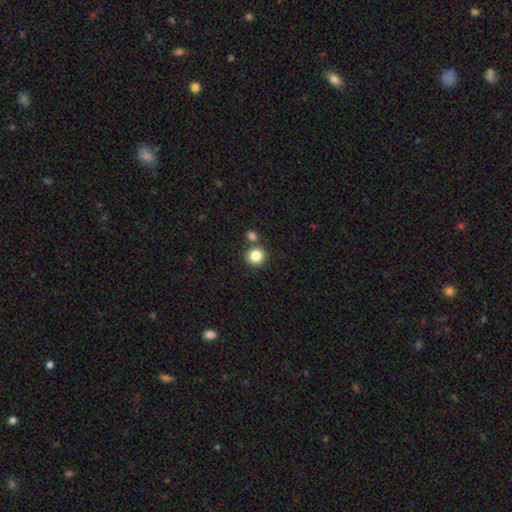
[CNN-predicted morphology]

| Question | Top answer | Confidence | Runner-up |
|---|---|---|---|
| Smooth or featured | smooth | 85% | star or artifact (10%) |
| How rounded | round | 89% | in between (10%) |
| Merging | none | 76% | merger (15%) |